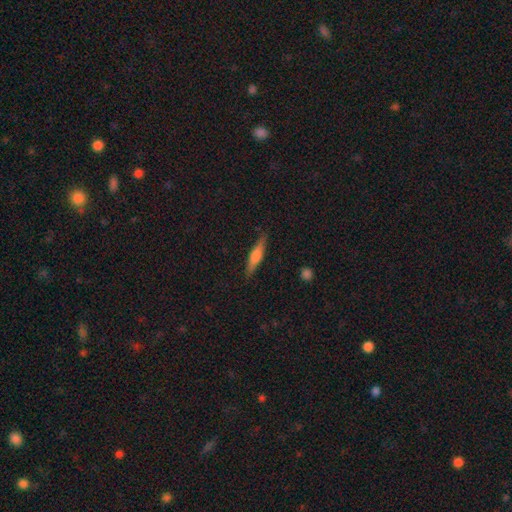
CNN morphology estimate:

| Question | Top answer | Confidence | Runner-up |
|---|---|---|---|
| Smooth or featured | smooth | 54% | featured or disk (40%) |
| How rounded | cigar-shaped | 83% | in between (15%) |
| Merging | none | 87% | minor disturbance (10%) |